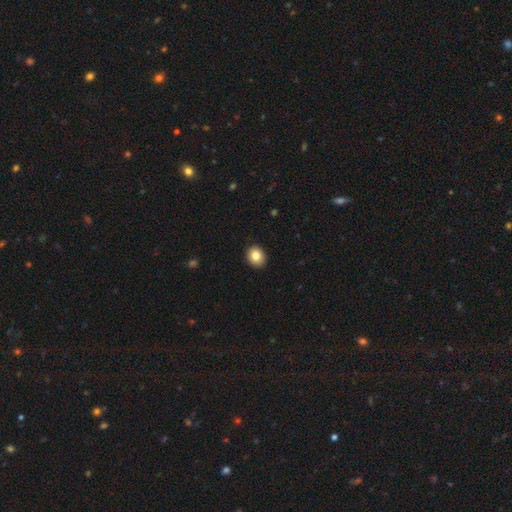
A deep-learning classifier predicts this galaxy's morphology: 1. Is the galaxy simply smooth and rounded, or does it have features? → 83% smooth, 9% star or artifact, 8% featured or disk.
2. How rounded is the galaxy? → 72% round, 27% in between, 1% cigar-shaped.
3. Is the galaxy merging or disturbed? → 92% none, 6% minor disturbance, 2% major disturbance, 1% merger.